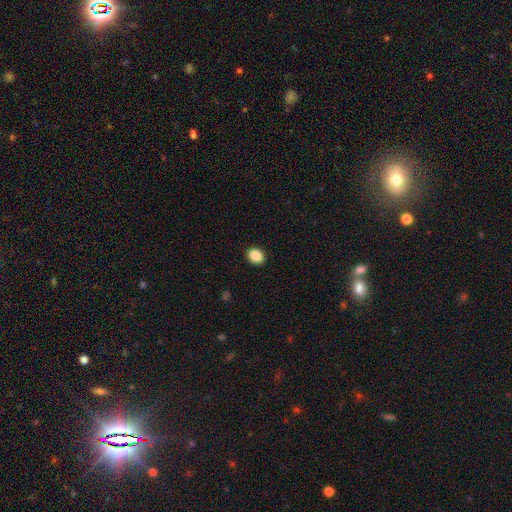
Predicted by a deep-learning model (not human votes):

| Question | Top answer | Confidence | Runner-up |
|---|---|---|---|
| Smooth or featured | smooth | 88% | star or artifact (9%) |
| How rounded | round | 50% | tied: in between (50%) |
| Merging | none | 92% | minor disturbance (6%) |